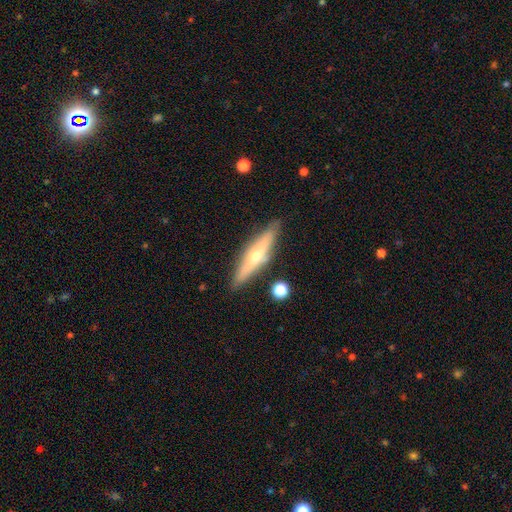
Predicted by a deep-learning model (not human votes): Smooth or featured? featured or disk (61%)
Edge-on disk? yes (91%)
Edge-on bulge? rounded (89%)
Merging? none (85%)